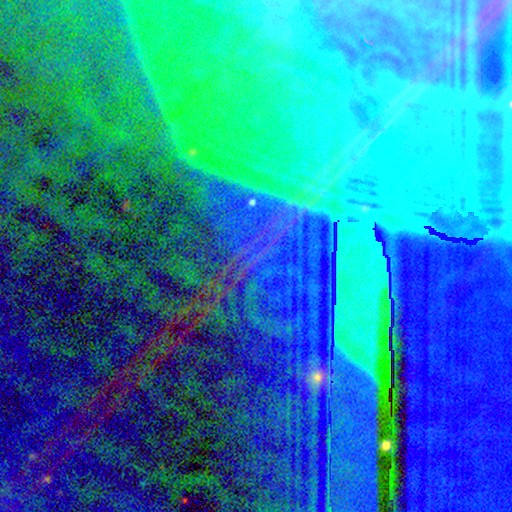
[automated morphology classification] Smooth or featured? Predicted: star or artifact (p=0.88).